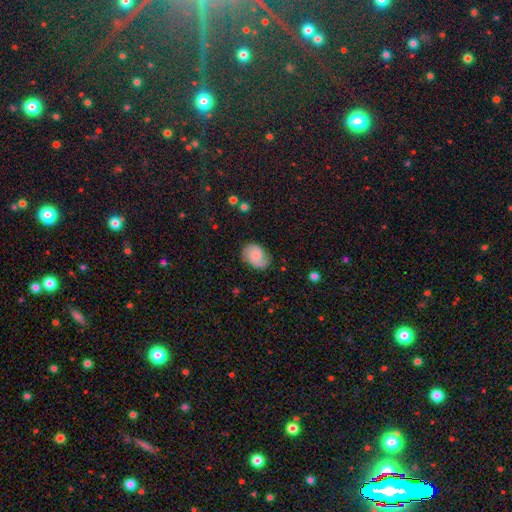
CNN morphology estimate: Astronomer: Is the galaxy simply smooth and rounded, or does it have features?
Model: featured or disk — 47% (runner-up: smooth, 45%).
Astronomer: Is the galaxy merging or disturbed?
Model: none — 68%.